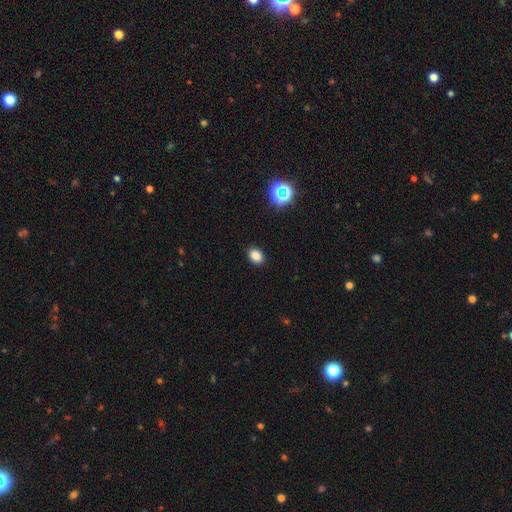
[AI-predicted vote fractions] Morphology: type=smooth (83%); roundness=in between (70%); merging=none (90%).